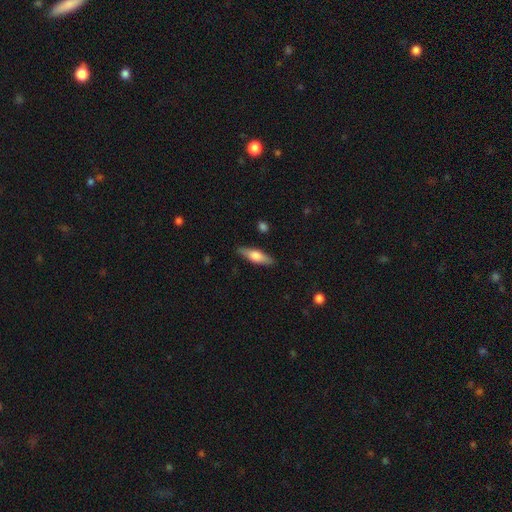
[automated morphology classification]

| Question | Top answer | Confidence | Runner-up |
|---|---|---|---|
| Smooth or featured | smooth | 58% | featured or disk (36%) |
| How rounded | cigar-shaped | 53% | in between (44%) |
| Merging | none | 87% | minor disturbance (9%) |